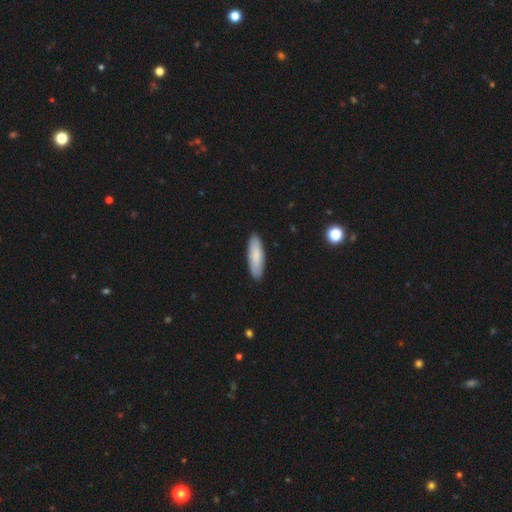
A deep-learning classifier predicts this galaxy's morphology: This is clearly a smooth galaxy (84%). How rounded: possibly cigar-shaped (49%, tied with in between). Merging: clearly none (90%).